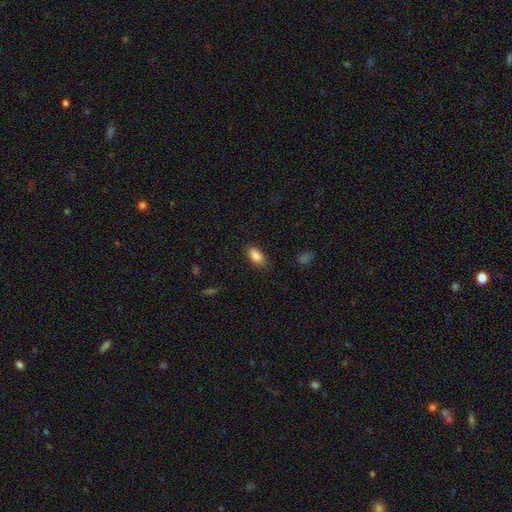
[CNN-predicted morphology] Q: Smooth or featured?
A: smooth (87%); runner-up: star or artifact (8%)
Q: How rounded?
A: in between (91%); runner-up: cigar-shaped (5%)
Q: Merging?
A: none (78%); runner-up: minor disturbance (17%)